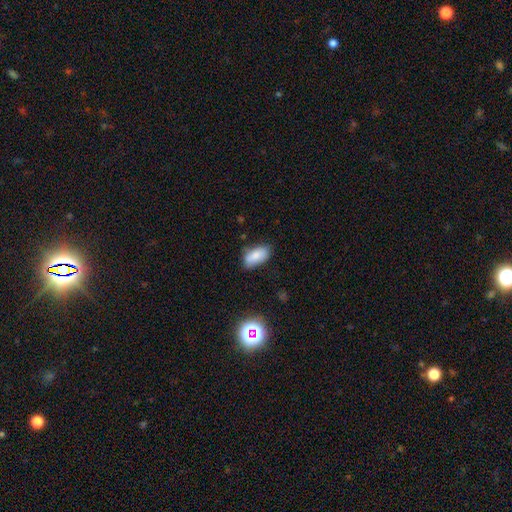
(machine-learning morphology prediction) Smooth or featured?
  - smooth: 83% *
  - featured or disk: 9%
  - star or artifact: 8%
How rounded?
  - in between: 91% *
  - cigar-shaped: 6%
  - round: 4%
Merging?
  - none: 67% *
  - minor disturbance: 25%
  - major disturbance: 5%
  - merger: 3%